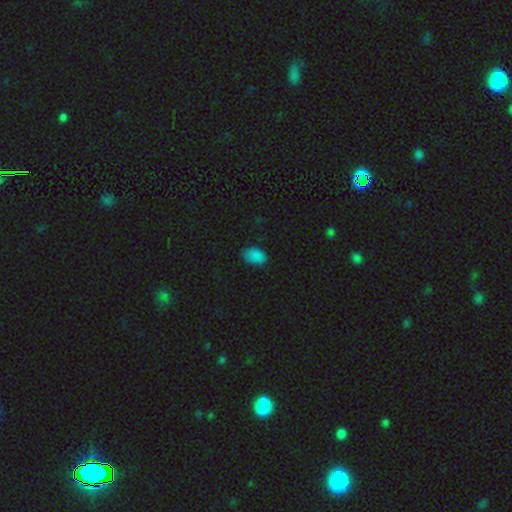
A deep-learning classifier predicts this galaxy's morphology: Smooth or featured? smooth (83%)
How rounded? in between (89%)
Merging? none (79%)